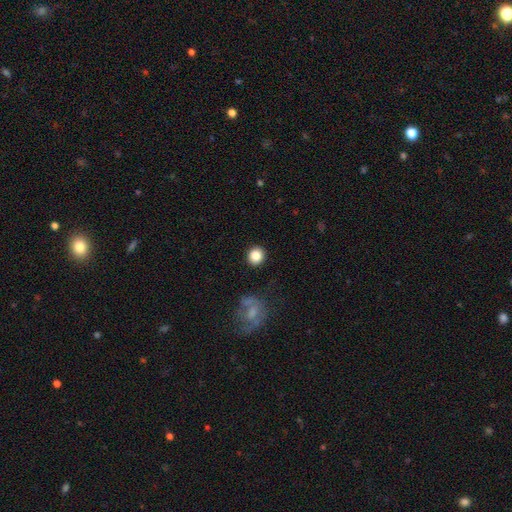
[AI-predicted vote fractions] Q: Smooth or featured?
A: smooth (85%); runner-up: star or artifact (10%)
Q: How rounded?
A: round (86%); runner-up: in between (14%)
Q: Merging?
A: none (90%); runner-up: minor disturbance (6%)